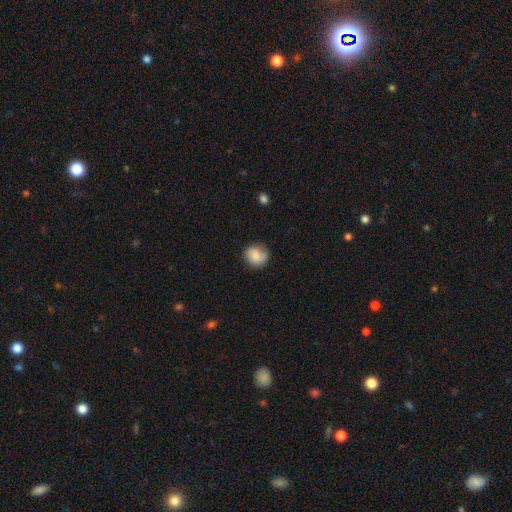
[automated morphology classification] Smooth or featured? Predicted: smooth (p=0.77). How rounded? Predicted: round (p=0.77). Merging? Predicted: none (p=0.67).